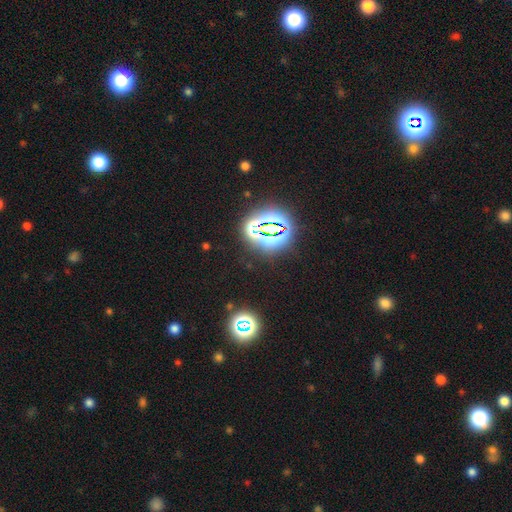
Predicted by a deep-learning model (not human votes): smooth-or-featured: star or artifact: 77% | smooth: 15% | featured or disk: 8%